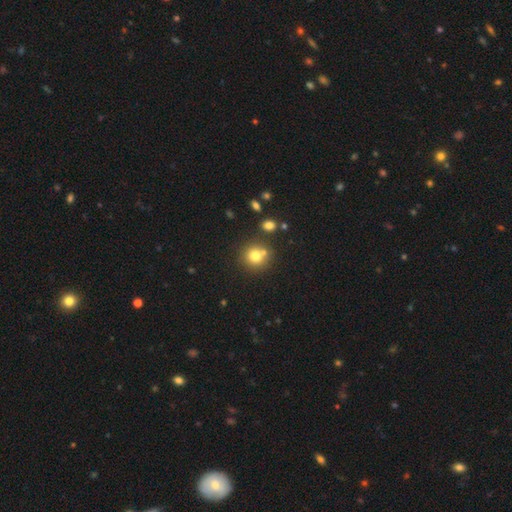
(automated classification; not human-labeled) Q: Smooth or featured?
A: smooth (77%); runner-up: star or artifact (13%)
Q: How rounded?
A: round (89%); runner-up: in between (10%)
Q: Merging?
A: none (68%); runner-up: merger (20%)